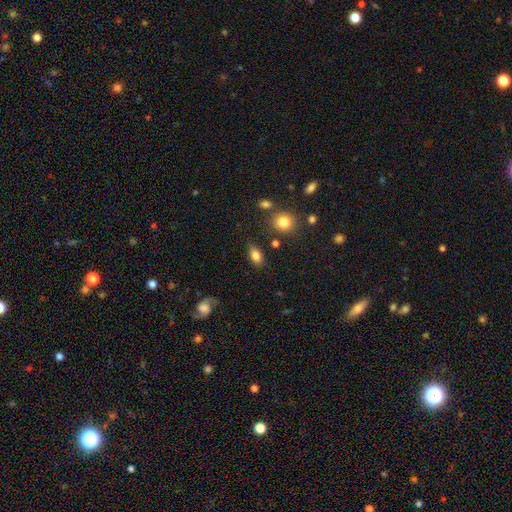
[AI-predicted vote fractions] smooth 80%, featured or disk 11%, star or artifact 9%. Down the decision tree: how rounded — in between (85%); merging — none (76%).